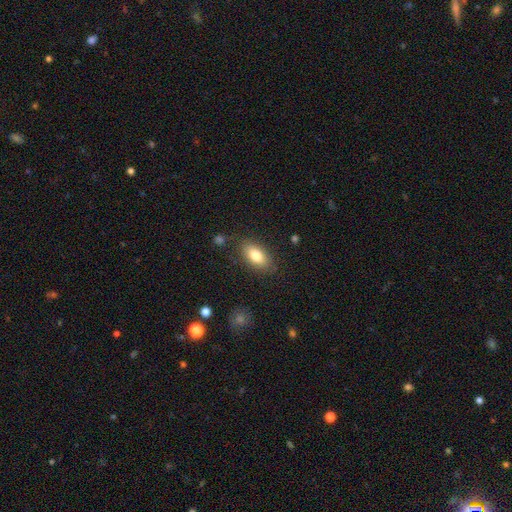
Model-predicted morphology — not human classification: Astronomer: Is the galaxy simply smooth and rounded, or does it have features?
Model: smooth — 80%.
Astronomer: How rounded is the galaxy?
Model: in between — 90%.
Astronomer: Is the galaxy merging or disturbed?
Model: none — 83%.